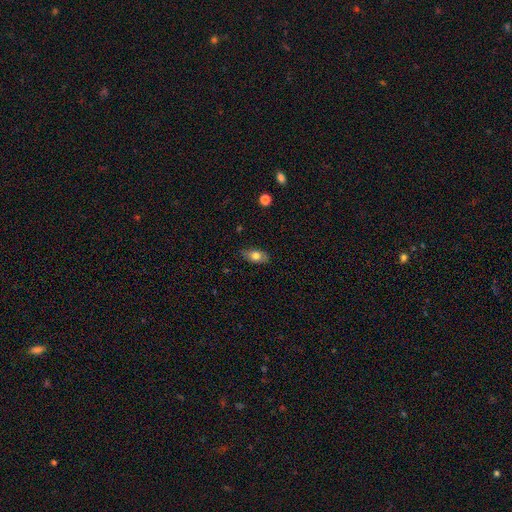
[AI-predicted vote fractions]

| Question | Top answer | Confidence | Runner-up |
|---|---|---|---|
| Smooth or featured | smooth | 76% | featured or disk (16%) |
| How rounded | in between | 88% | cigar-shaped (6%) |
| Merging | none | 84% | minor disturbance (12%) |